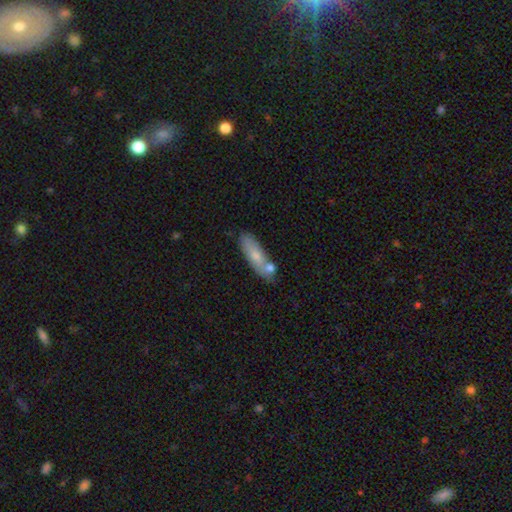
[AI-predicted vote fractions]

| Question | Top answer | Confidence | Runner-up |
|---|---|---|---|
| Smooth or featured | smooth | 69% | featured or disk (25%) |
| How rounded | cigar-shaped | 51% | in between (47%) |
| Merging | none | 61% | merger (18%) |